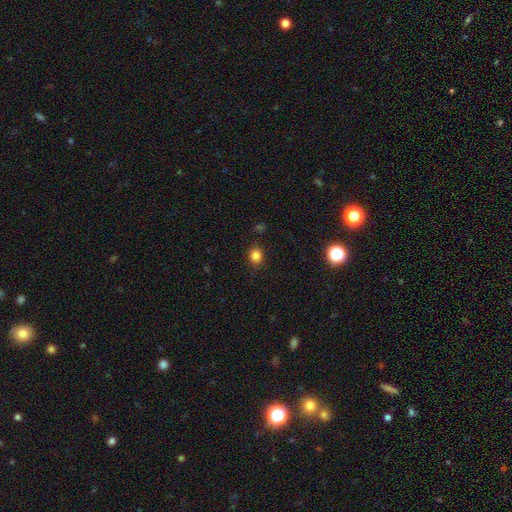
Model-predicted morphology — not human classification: smooth-or-featured: smooth: 83% | star or artifact: 13% | featured or disk: 5%
  how-rounded: round: 71% | in between: 28% | cigar-shaped: 1%
  merging: none: 86% | minor disturbance: 9% | major disturbance: 3% | merger: 2%